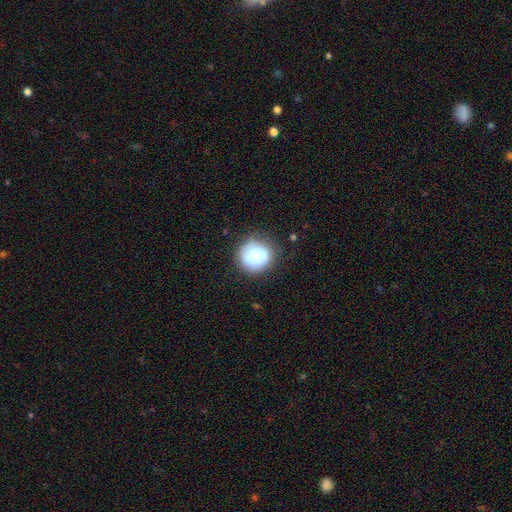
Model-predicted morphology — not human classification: Smooth or featured? Predicted: smooth (p=0.75). How rounded? Predicted: round (p=0.90). Merging? Predicted: none (p=0.74).